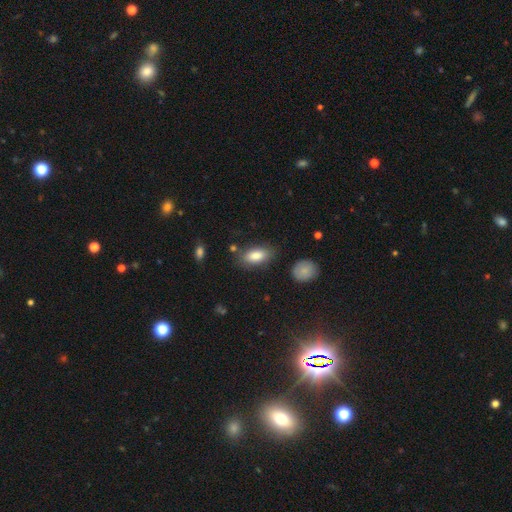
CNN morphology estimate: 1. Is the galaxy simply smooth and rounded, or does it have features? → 85% smooth, 8% featured or disk, 7% star or artifact.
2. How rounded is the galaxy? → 90% in between, 7% cigar-shaped, 4% round.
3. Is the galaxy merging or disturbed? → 78% none, 14% minor disturbance, 4% major disturbance, 4% merger.